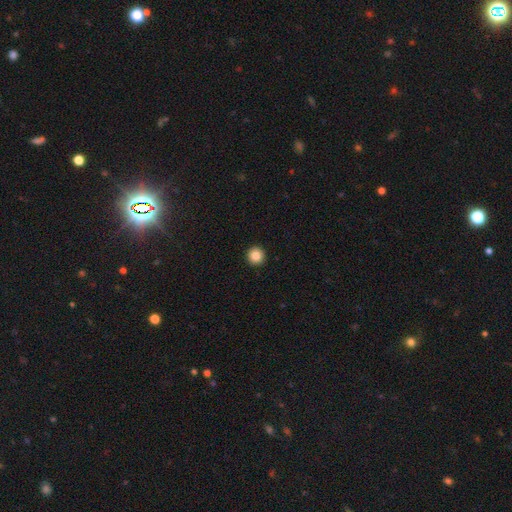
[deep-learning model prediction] This appears to be a smooth galaxy with no disk features (85%) that is round (95%). Merging: none (94%).